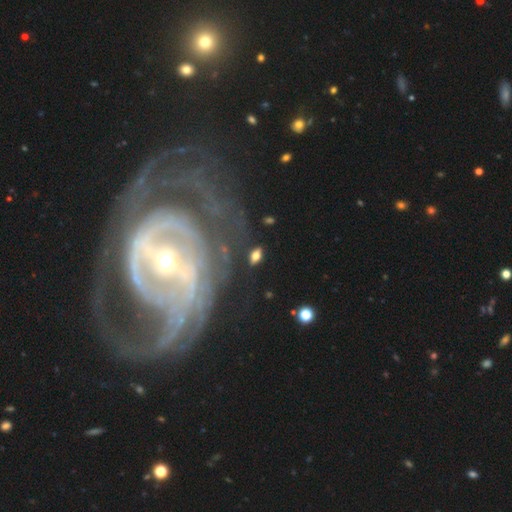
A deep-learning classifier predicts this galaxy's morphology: A smooth galaxy with no disk features (67%) that is in between round and cigar-shaped (87%). Merging: none (80%).